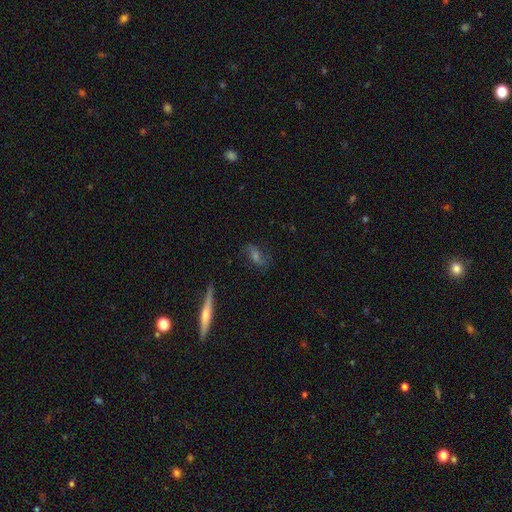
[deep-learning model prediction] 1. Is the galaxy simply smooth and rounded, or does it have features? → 62% featured or disk, 25% smooth, 13% star or artifact.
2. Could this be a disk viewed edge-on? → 64% no, 36% yes.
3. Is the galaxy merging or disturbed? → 77% none, 16% minor disturbance, 5% major disturbance, 2% merger.